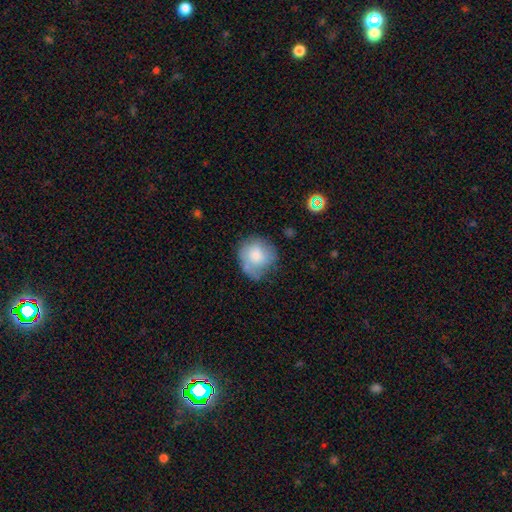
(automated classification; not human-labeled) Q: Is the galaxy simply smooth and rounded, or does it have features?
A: smooth — 68%.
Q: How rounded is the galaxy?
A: round — 83%.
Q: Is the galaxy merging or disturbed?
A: none — 56%.